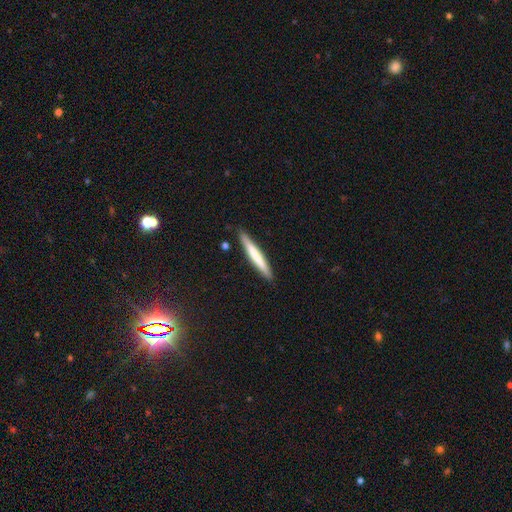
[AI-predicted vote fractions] Overall: smooth (61%; featured or disk 34%). How rounded: cigar-shaped (96%). Merging: none (90%).